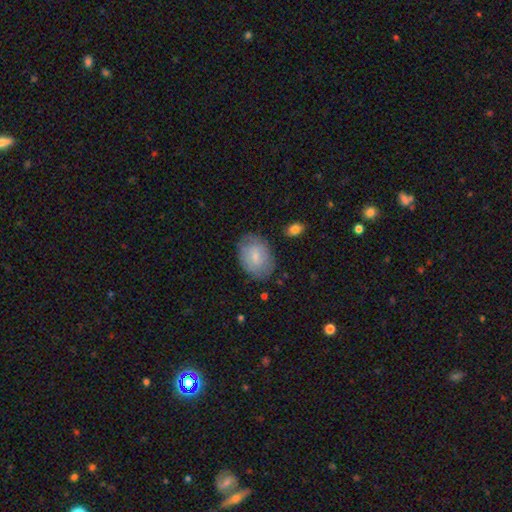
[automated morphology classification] Overall: smooth (72%). How rounded: in between (76%). Merging: none (75%).